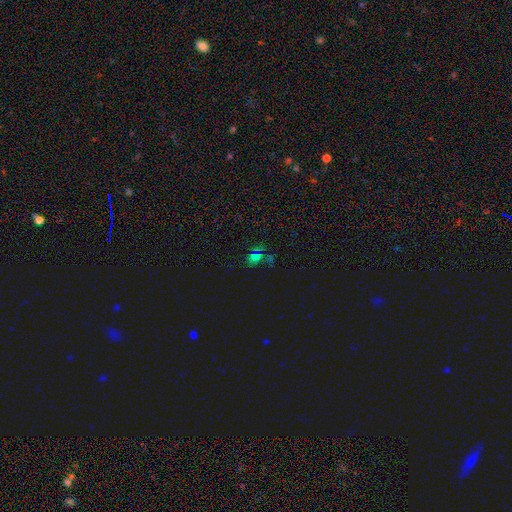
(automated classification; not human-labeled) Smooth or featured?
  - star or artifact: 49% *
  - smooth: 41%
  - featured or disk: 10%